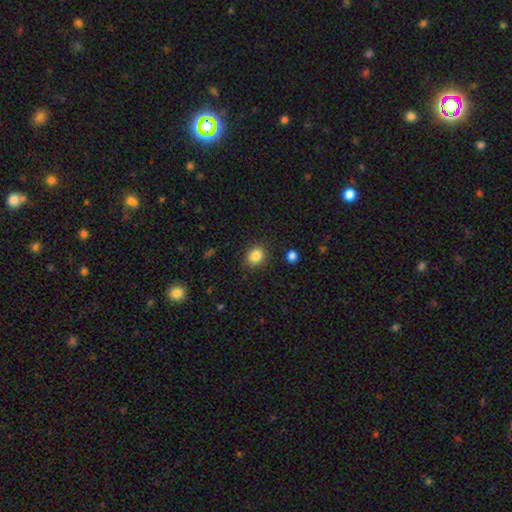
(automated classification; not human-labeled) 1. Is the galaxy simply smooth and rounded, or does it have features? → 85% smooth, 10% star or artifact, 5% featured or disk.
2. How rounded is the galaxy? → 63% round, 36% in between, 1% cigar-shaped.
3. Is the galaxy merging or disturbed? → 84% none, 11% minor disturbance, 3% major disturbance, 2% merger.